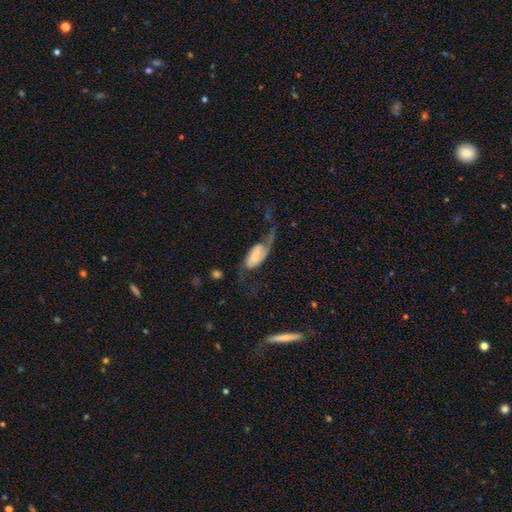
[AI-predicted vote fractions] smooth_or_featured: featured or disk (p=0.64) [alt: smooth p=0.28]
disk_edge_on: no (p=0.94) [alt: yes p=0.06]
bar: weak (p=0.37) [alt: strong p=0.32]
has_spiral_arms: yes (p=0.90) [alt: no p=0.10]
spiral_winding: loose (p=0.77) [alt: medium p=0.17]
spiral_arm_count: 2 (p=0.85) [alt: 1 p=0.09]
bulge_size: none (p=0.32) [alt: small p=0.22]
merging: major disturbance (p=0.40) [alt: none p=0.38]